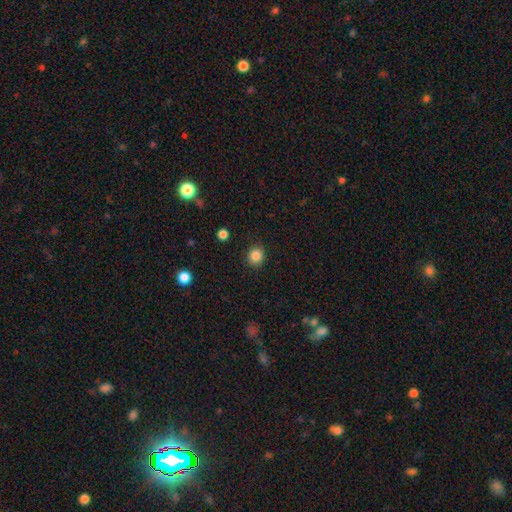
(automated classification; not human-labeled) The model was most divided on "how rounded": round: 84%, in between: 15%, cigar-shaped: 1%. More confident: merging — none (90%); smooth or featured — smooth (85%).